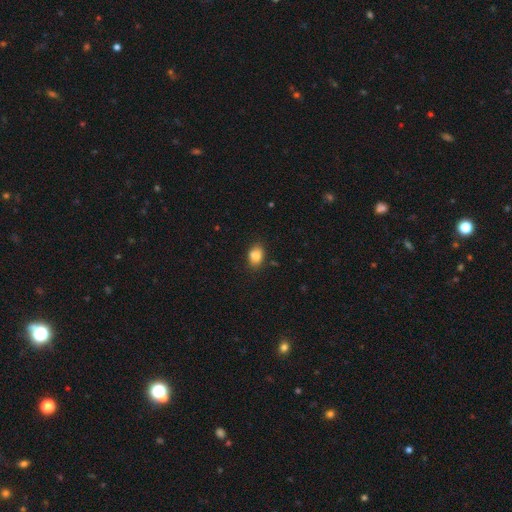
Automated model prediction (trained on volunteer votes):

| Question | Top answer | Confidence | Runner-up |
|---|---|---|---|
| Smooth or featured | smooth | 84% | star or artifact (9%) |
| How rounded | in between | 76% | round (23%) |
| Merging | none | 74% | minor disturbance (18%) |